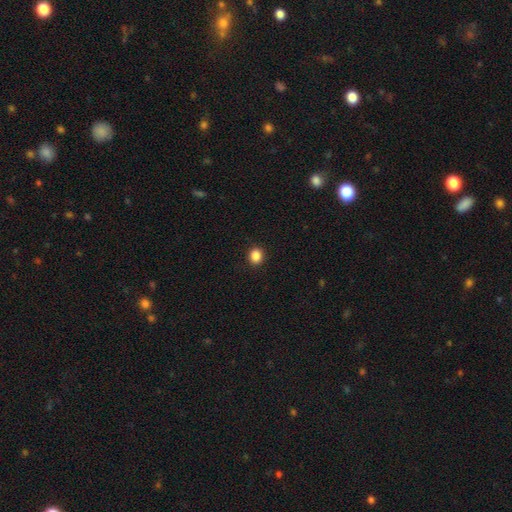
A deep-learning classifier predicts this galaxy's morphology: smooth_or_featured: smooth (p=0.87) [alt: star or artifact p=0.10]
how_rounded: round (p=0.75) [alt: in between p=0.24]
merging: none (p=0.92) [alt: minor disturbance p=0.05]